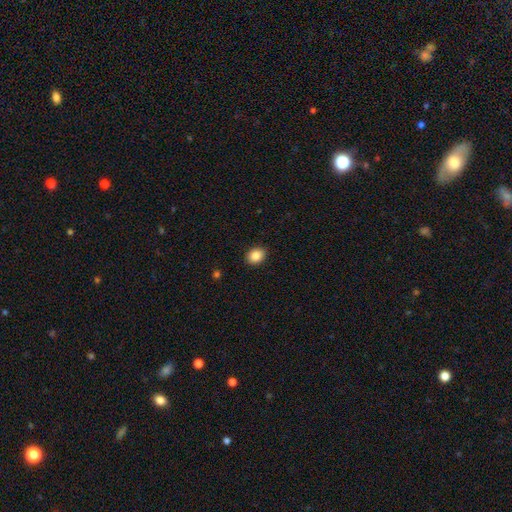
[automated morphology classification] Smooth or featured? smooth (87%)
How rounded? in between (53%)
Merging? none (90%)